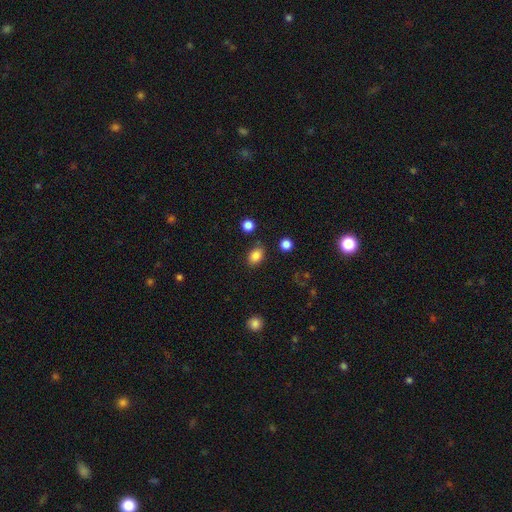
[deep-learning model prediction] Smooth or featured: smooth — 85% (star or artifact — 10%)
How rounded: in between — 75% (round — 23%)
Merging: none — 81% (minor disturbance — 12%)